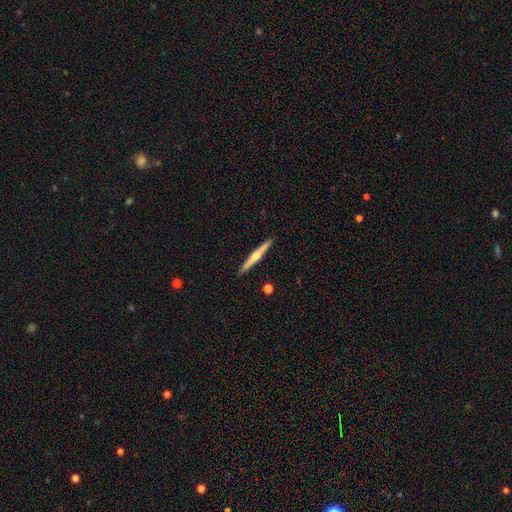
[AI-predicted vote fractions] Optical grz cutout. It shows a featured or disk galaxy (67%) viewed edge-on (98%) with a rounded central bulge (83%). Merging: none (92%).